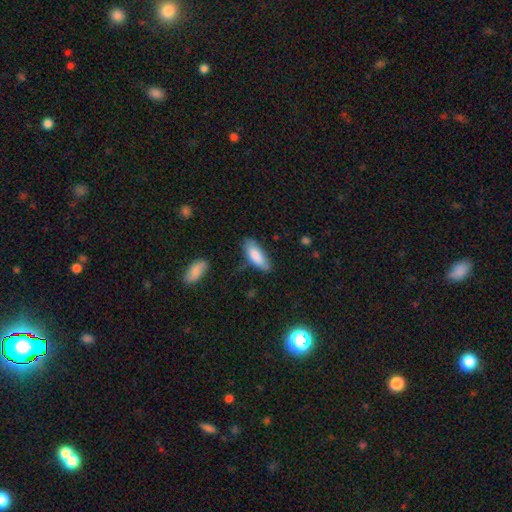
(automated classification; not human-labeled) smooth_or_featured: smooth (p=0.82) [alt: featured or disk p=0.12]
how_rounded: in between (p=0.74) [alt: cigar-shaped p=0.24]
merging: none (p=0.70) [alt: minor disturbance p=0.23]